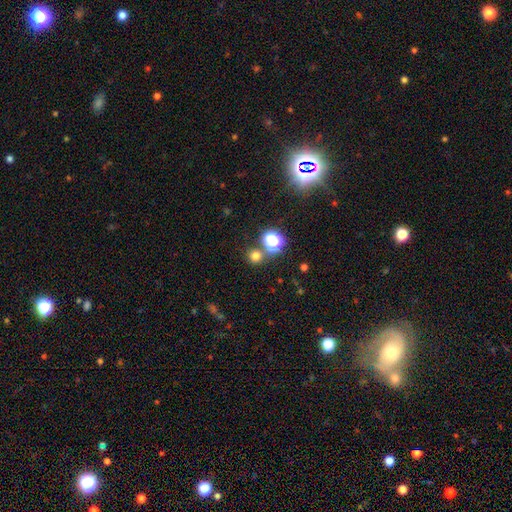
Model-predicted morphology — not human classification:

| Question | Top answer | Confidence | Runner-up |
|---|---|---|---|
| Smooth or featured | smooth | 71% | star or artifact (23%) |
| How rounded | round | 90% | in between (9%) |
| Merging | none | 75% | merger (14%) |